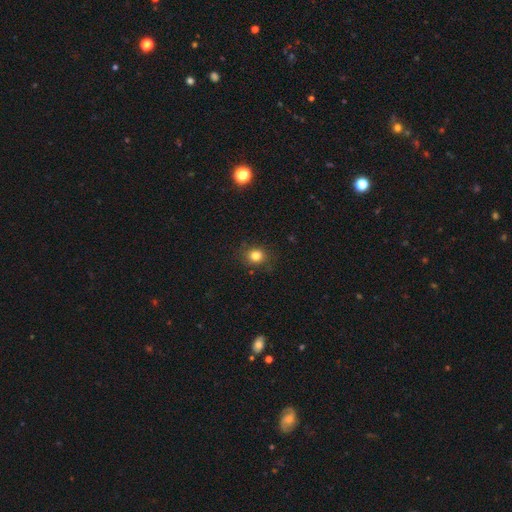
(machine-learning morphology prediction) Smooth or featured? smooth (81%)
How rounded? round (76%)
Merging? none (84%)